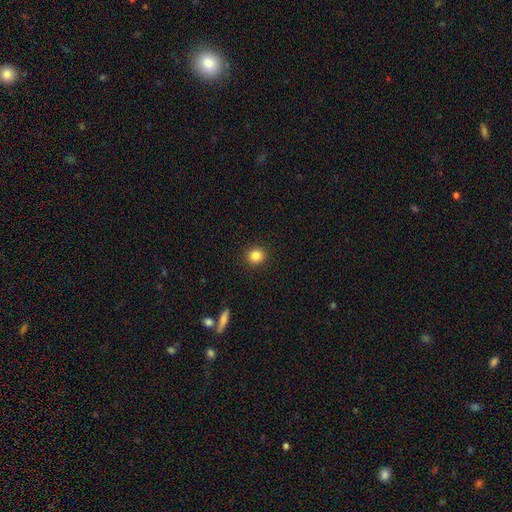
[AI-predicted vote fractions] Smooth or featured? Predicted: smooth (p=0.85). How rounded? Predicted: round (p=0.87). Merging? Predicted: none (p=0.92).